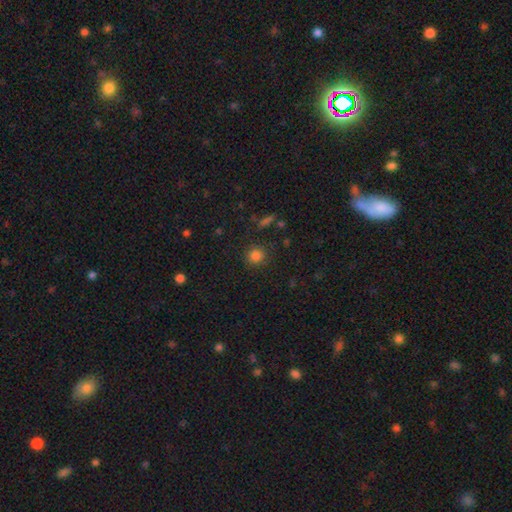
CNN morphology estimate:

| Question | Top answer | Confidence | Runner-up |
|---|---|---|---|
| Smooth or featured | smooth | 82% | star or artifact (13%) |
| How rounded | round | 90% | in between (9%) |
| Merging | none | 87% | minor disturbance (8%) |